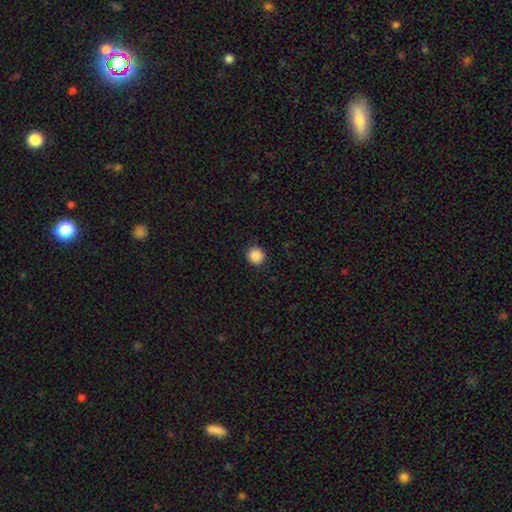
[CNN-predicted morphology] A smooth galaxy with no disk features (87%) that is round (92%). Merging: none (91%).